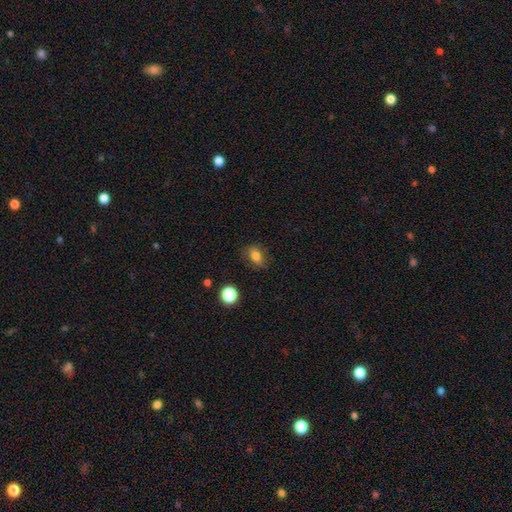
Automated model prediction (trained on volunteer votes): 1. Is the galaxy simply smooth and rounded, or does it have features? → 79% smooth, 12% star or artifact, 9% featured or disk.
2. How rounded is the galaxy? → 73% in between, 24% round, 2% cigar-shaped.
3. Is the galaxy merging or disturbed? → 76% none, 17% minor disturbance, 5% major disturbance, 2% merger.